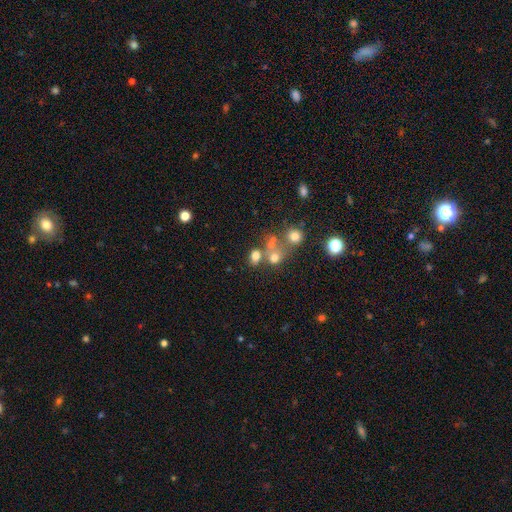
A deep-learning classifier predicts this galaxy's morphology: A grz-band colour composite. It shows a smooth galaxy with no disk features (68%) that is in between round and cigar-shaped (58%). Merging: none (53%).